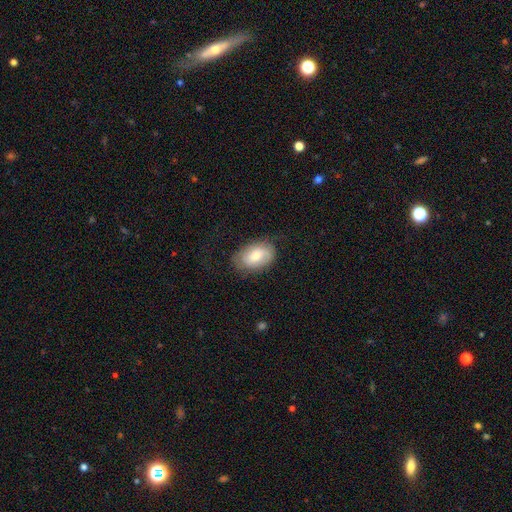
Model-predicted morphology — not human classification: A smooth galaxy with no disk features (70%) that is in between round and cigar-shaped (89%).

Vote fractions:
- Smooth or featured? smooth: 70% / featured or disk: 24% / star or artifact: 7%
- How rounded? in between: 89% / round: 9% / cigar-shaped: 1%
- Merging? none: 70% / minor disturbance: 21% / major disturbance: 7% / merger: 1%